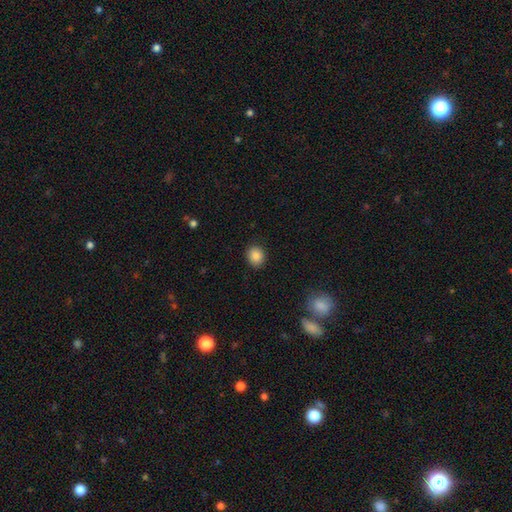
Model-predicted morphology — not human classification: Smooth or featured? Predicted: smooth (p=0.85). How rounded? Predicted: round (p=0.69). Merging? Predicted: none (p=0.89).